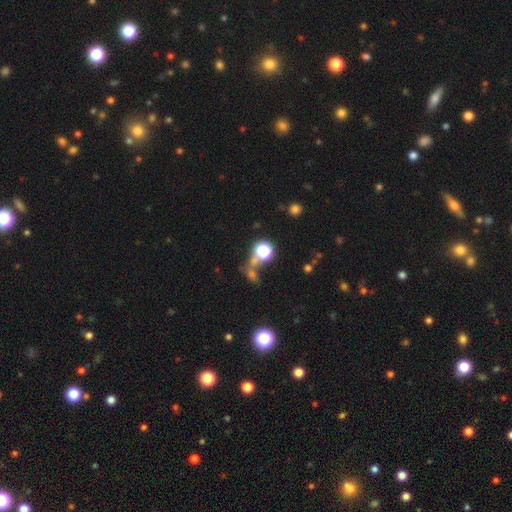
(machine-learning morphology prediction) This appears to be a smooth galaxy with no disk features (45%). Merging: none (57%).